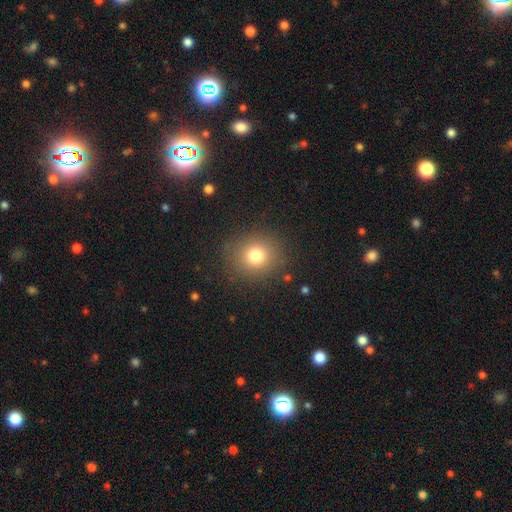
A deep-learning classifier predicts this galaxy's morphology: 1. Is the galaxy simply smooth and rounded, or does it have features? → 77% smooth, 14% star or artifact, 9% featured or disk.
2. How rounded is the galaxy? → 83% round, 16% in between, 1% cigar-shaped.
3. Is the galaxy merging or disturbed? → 87% none, 8% minor disturbance, 4% major disturbance, 1% merger.